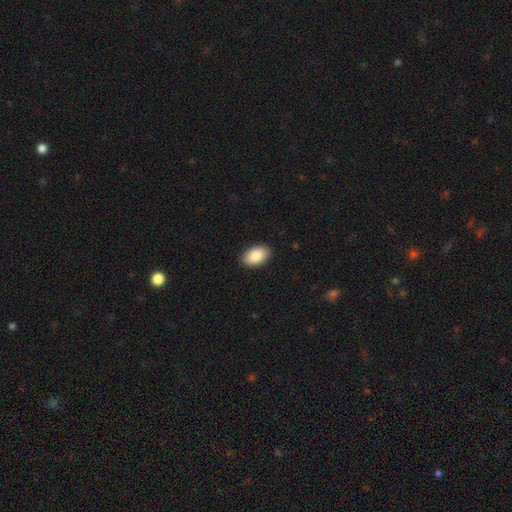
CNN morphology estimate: The model was most divided on "merging": none: 90%, minor disturbance: 8%, major disturbance: 2%, merger: 1%. More confident: how rounded — in between (94%); smooth or featured — smooth (88%).